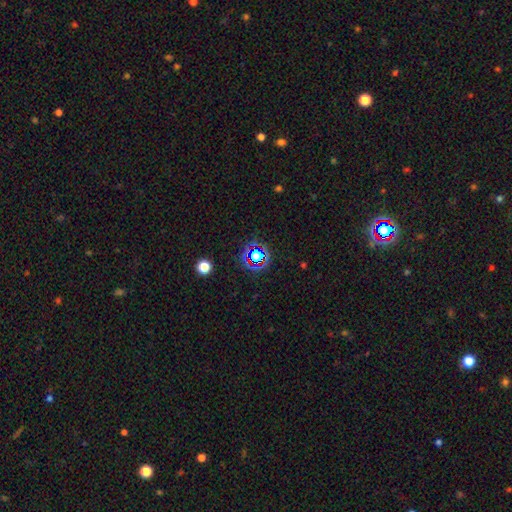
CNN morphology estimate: smooth_or_featured: star or artifact (p=0.65) [alt: smooth p=0.23]